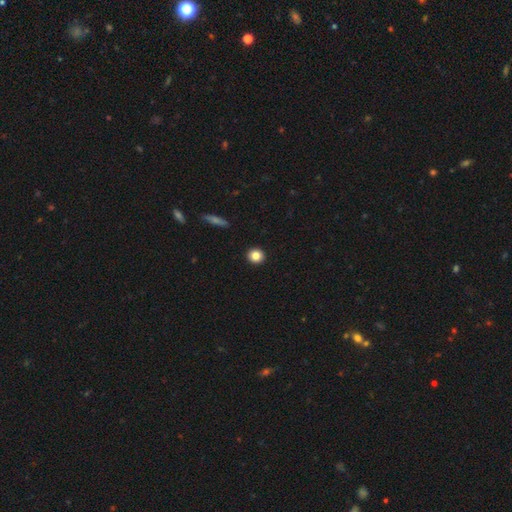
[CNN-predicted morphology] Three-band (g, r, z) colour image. It shows a smooth galaxy with no disk features (84%) that is round (90%). Merging: none (93%).